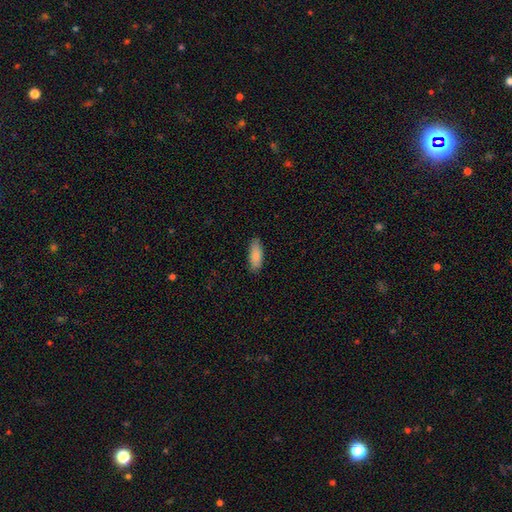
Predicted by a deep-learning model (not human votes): smooth 87%, featured or disk 7%, star or artifact 6%. Down the decision tree: how rounded — in between (73%); merging — none (85%).